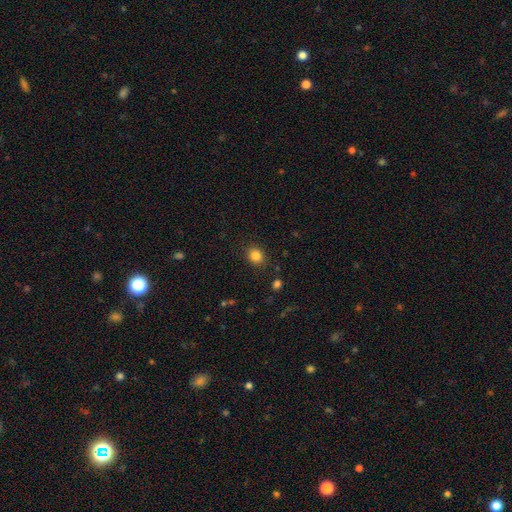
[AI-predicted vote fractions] smooth-or-featured: smooth: 84% | star or artifact: 11% | featured or disk: 4%
  how-rounded: round: 67% | in between: 32% | cigar-shaped: 1%
  merging: none: 87% | minor disturbance: 9% | major disturbance: 3% | merger: 2%